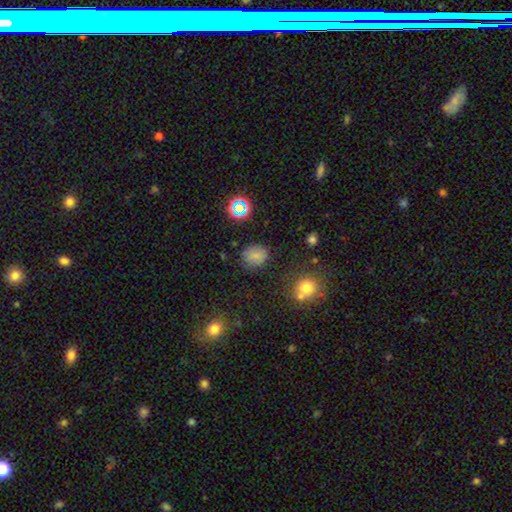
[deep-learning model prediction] Q: Smooth or featured?
A: smooth (74%); runner-up: star or artifact (19%)
Q: How rounded?
A: round (72%); runner-up: in between (27%)
Q: Merging?
A: none (80%); runner-up: minor disturbance (13%)